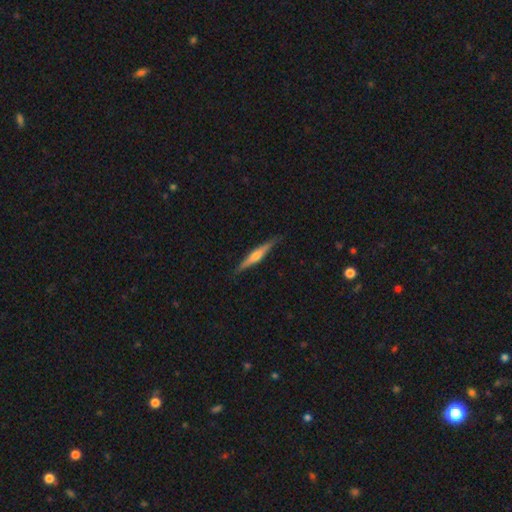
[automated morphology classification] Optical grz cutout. It shows a featured or disk galaxy (62%) viewed edge-on (97%) with a rounded central bulge (75%). Merging: none (88%).